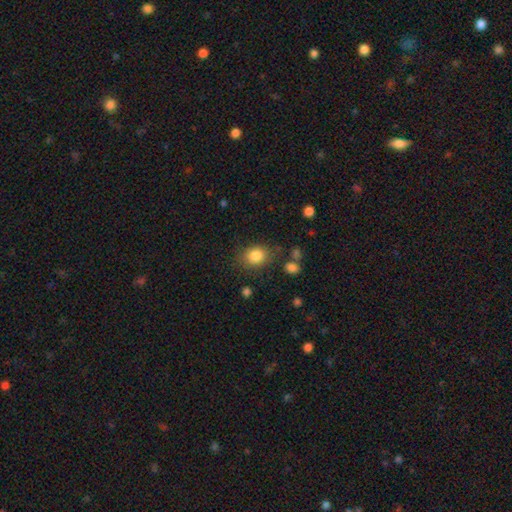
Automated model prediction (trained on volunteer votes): A smooth galaxy with no disk features (84%) that is in between round and cigar-shaped (50%). Merging: none (76%).